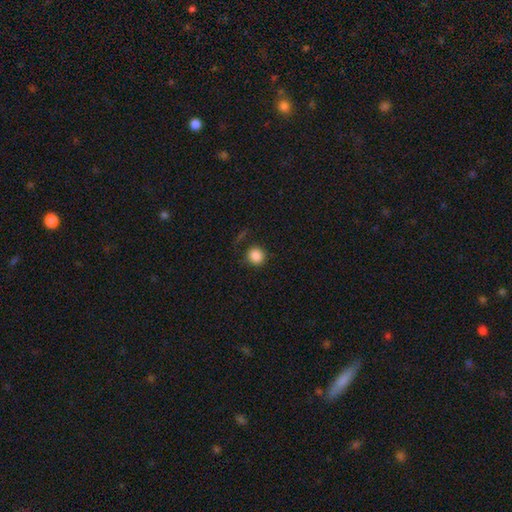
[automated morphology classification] type=smooth (87%); roundness=round (93%); merging=none (84%).